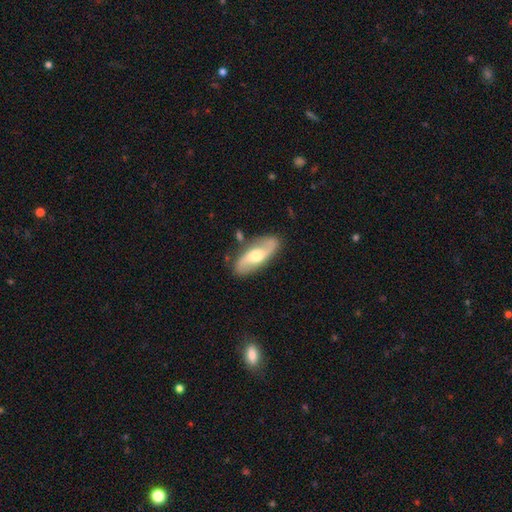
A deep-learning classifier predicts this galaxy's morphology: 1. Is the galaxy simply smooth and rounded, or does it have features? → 68% featured or disk, 28% smooth, 5% star or artifact.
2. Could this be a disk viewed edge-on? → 88% no, 12% yes.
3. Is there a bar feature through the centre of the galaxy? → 54% no, 35% weak, 11% strong.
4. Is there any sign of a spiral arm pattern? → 89% yes, 11% no.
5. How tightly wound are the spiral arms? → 59% loose, 30% medium, 11% tight.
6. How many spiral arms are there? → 90% 2, 5% can't tell, 2% 1, 1% 3, 1% 4, 1% more than 4.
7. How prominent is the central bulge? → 70% moderate, 16% small, 12% large, 1% none, 1% dominant.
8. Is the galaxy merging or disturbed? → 81% none, 13% minor disturbance, 3% major disturbance, 3% merger.